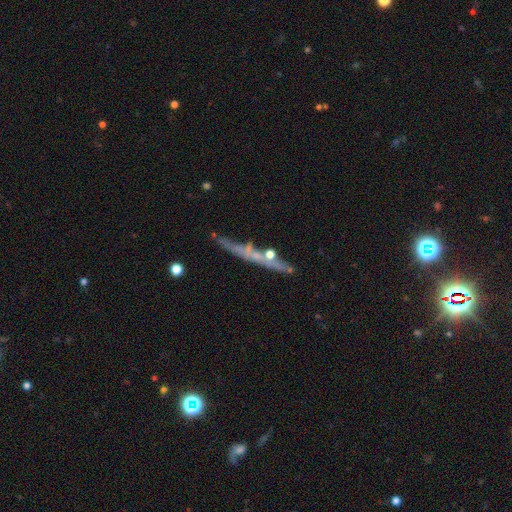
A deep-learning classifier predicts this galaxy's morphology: smooth-or-featured: featured or disk: 58% | smooth: 31% | star or artifact: 11%
  disk-edge-on: yes: 86% | no: 14%
    edge-on-bulge: none: 62% | rounded: 32% | boxy: 6%
  merging: none: 68% | minor disturbance: 17% | merger: 8% | major disturbance: 7%